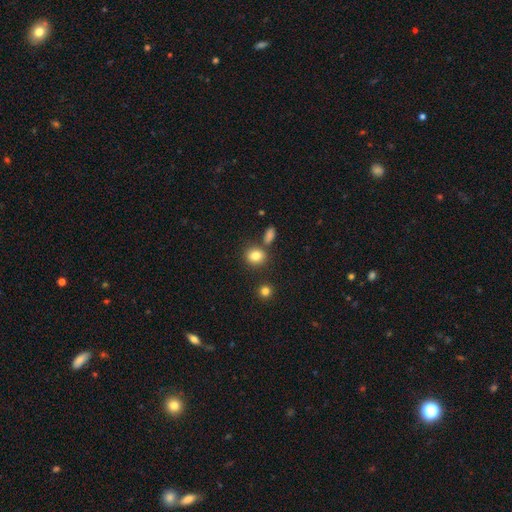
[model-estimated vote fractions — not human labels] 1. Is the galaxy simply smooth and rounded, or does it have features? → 82% smooth, 11% star or artifact, 7% featured or disk.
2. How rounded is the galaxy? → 72% round, 27% in between, 1% cigar-shaped.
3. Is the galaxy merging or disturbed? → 73% none, 13% merger, 11% minor disturbance, 3% major disturbance.